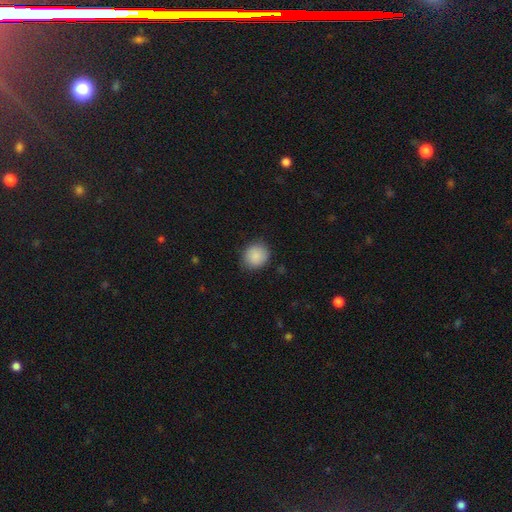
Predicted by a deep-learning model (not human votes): This is clearly a smooth galaxy (88%). How rounded: clearly round (80%). Merging: clearly none (83%).